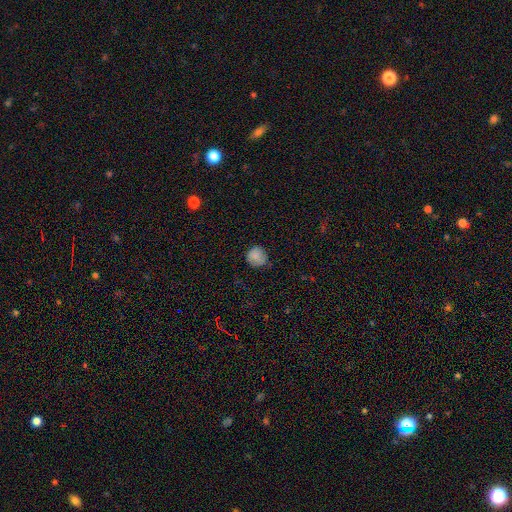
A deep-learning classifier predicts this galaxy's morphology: The model was most divided on "merging": none: 72%, minor disturbance: 23%, major disturbance: 4%, merger: 1%. More confident: how rounded — round (88%); smooth or featured — smooth (83%).